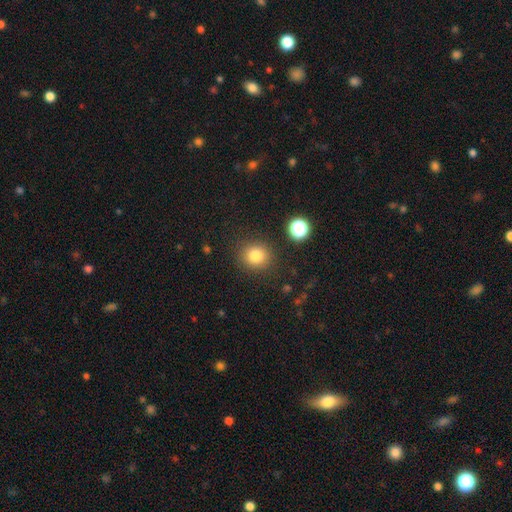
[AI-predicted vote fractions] This is clearly a smooth galaxy (81%). How rounded: clearly round (85%). Merging: clearly none (87%).